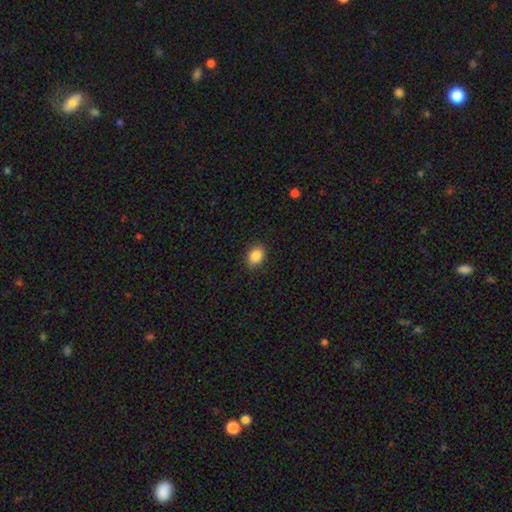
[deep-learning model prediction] Smooth or featured? smooth (87%)
How rounded? in between (59%)
Merging? none (87%)